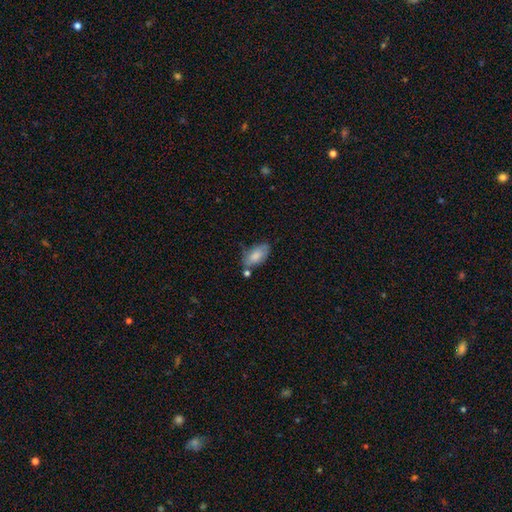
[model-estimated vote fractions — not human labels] Smooth or featured? Predicted: smooth (p=0.78). How rounded? Predicted: in between (p=0.93). Merging? Predicted: none (p=0.57).